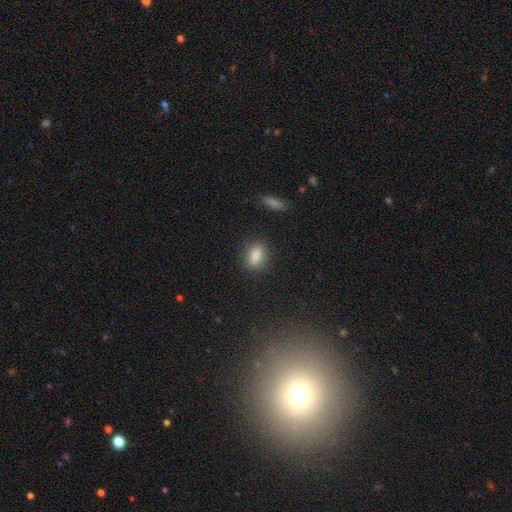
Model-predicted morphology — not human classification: This appears to be a smooth galaxy with no disk features (85%) that is in between round and cigar-shaped (80%). Merging: none (84%).